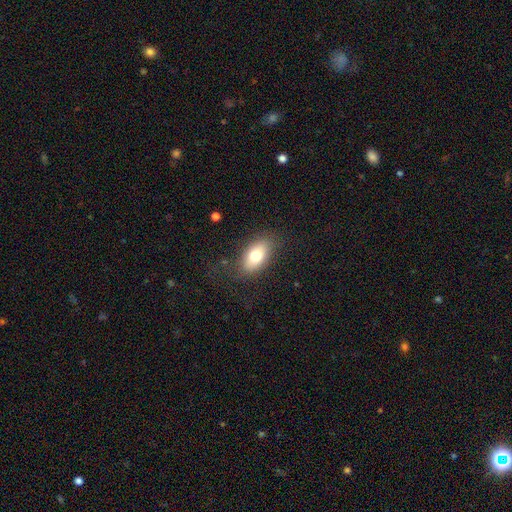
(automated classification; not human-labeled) smooth 74%, featured or disk 18%, star or artifact 8%. Down the decision tree: how rounded — in between (90%); merging — none (79%).